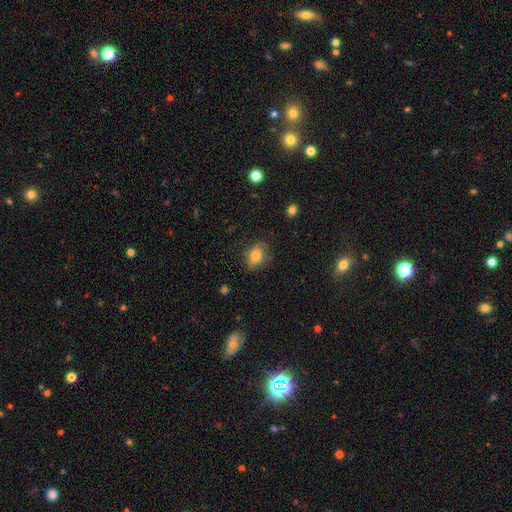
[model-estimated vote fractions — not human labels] Overall: smooth (72%). How rounded: in between (75%). Merging: none (65%).